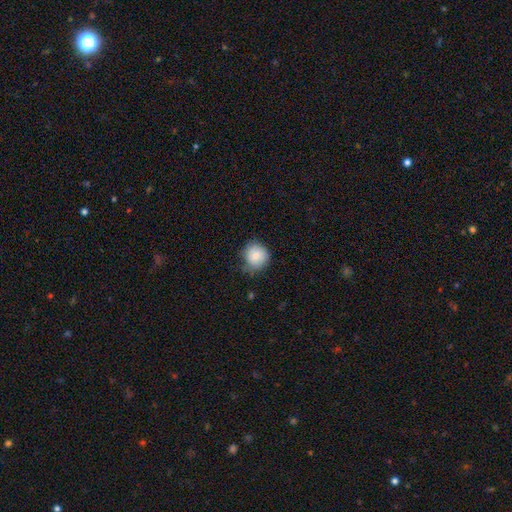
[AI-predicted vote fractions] Smooth or featured? Predicted: smooth (p=0.82). How rounded? Predicted: round (p=0.86). Merging? Predicted: none (p=0.62).